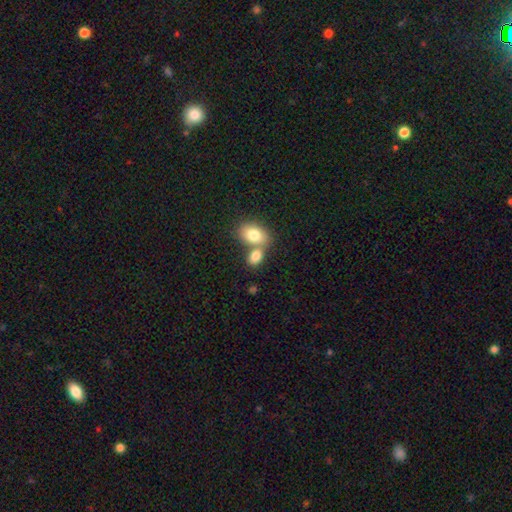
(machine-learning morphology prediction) This is clearly a smooth galaxy (81%). How rounded: clearly in between (81%). Merging: possibly merger (51%).